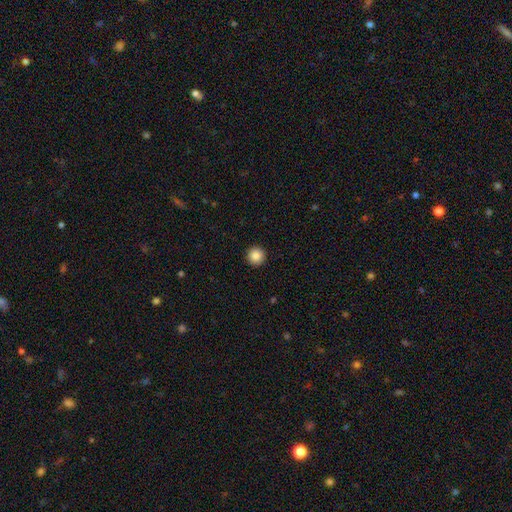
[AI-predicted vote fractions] Smooth or featured?
  - smooth: 87% *
  - star or artifact: 9%
  - featured or disk: 3%
How rounded?
  - round: 96% *
  - in between: 3%
  - cigar-shaped: 1%
Merging?
  - none: 94% *
  - minor disturbance: 4%
  - major disturbance: 1%
  - merger: 1%